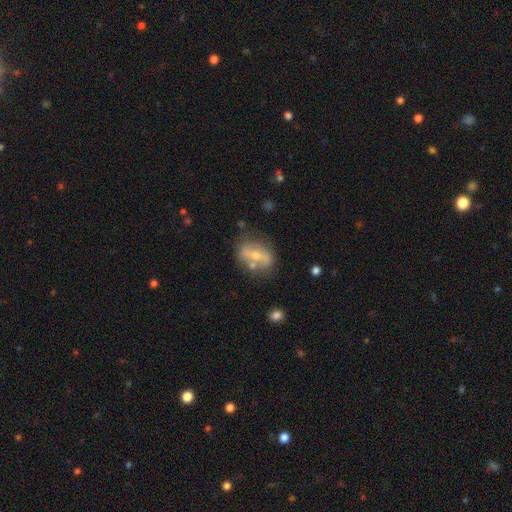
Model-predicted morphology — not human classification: type=featured or disk (58%); edge-on=no (84%); merging=none (64%).